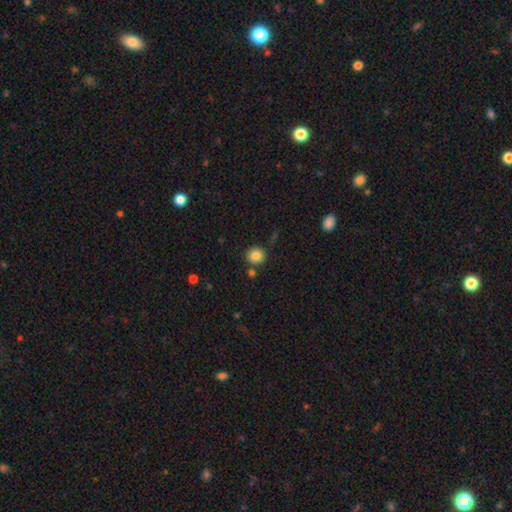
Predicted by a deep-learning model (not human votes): Smooth or featured? Predicted: smooth (p=0.85). How rounded? Predicted: round (p=0.87). Merging? Predicted: none (p=0.82).